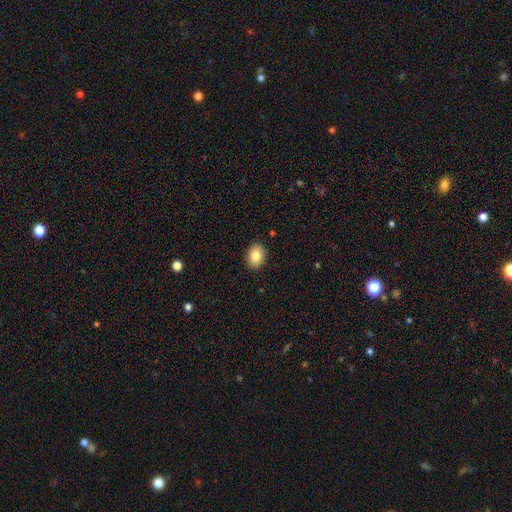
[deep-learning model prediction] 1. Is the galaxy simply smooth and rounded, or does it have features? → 84% smooth, 8% star or artifact, 8% featured or disk.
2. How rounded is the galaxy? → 75% in between, 24% round, 1% cigar-shaped.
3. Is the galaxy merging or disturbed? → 90% none, 7% minor disturbance, 2% major disturbance, 1% merger.